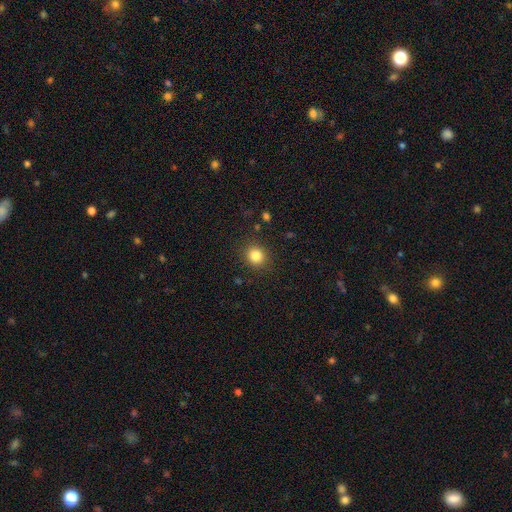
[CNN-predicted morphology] Smooth or featured? Predicted: smooth (p=0.83). How rounded? Predicted: round (p=0.86). Merging? Predicted: none (p=0.89).